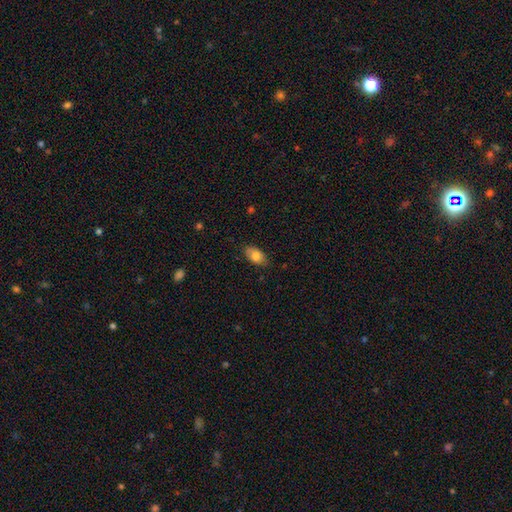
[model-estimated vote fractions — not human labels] This appears to be a smooth galaxy with no disk features (81%) that is in between round and cigar-shaped (91%). Merging: none (81%).